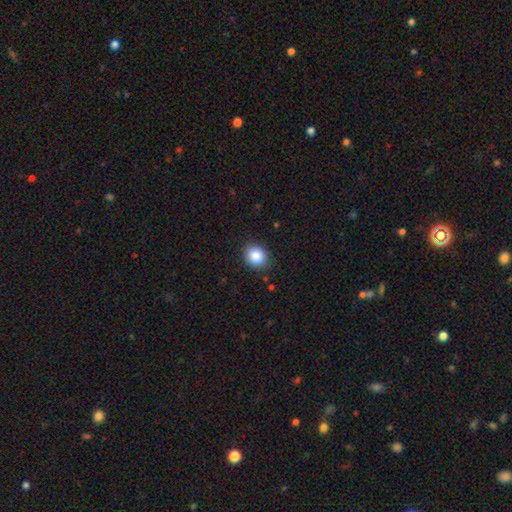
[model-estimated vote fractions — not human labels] This is clearly a smooth galaxy (86%). How rounded: likely round (69%). Merging: clearly none (87%).